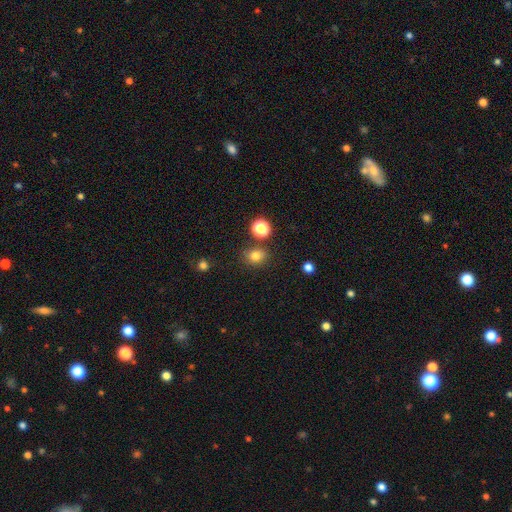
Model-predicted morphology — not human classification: Smooth or featured? Predicted: smooth (p=0.78). How rounded? Predicted: round (p=0.65). Merging? Predicted: none (p=0.80).